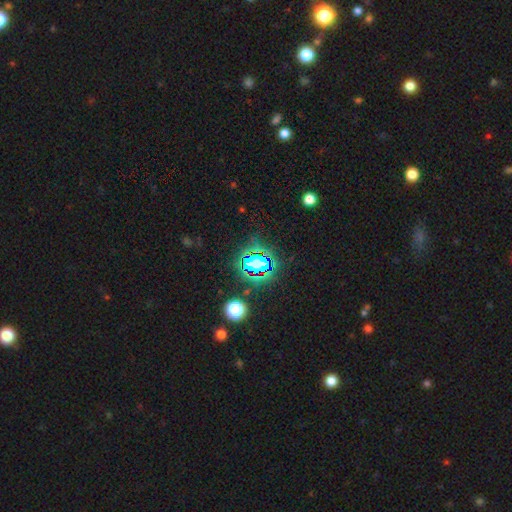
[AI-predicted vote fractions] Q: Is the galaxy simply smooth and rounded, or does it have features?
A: star or artifact — 81%.